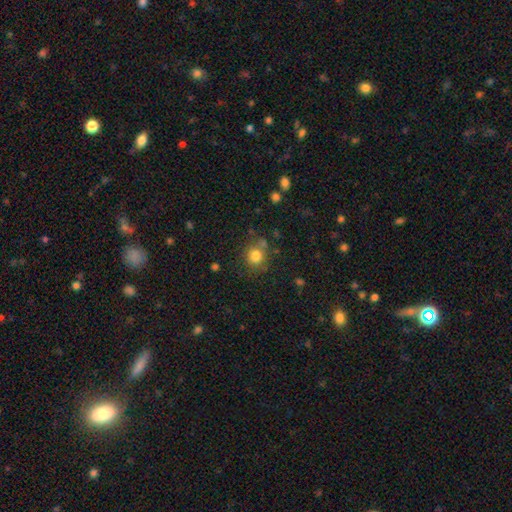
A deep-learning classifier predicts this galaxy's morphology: This is clearly a smooth galaxy (81%). How rounded: clearly round (87%). Merging: likely none (75%).